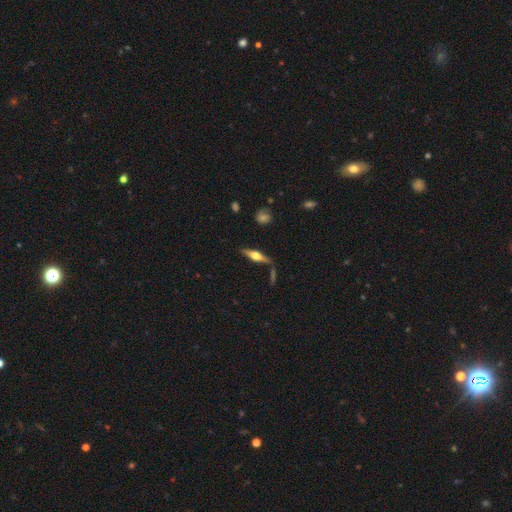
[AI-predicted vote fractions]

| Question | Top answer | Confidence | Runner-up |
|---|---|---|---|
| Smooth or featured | featured or disk | 66% | smooth (27%) |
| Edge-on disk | yes | 95% | no (5%) |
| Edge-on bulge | rounded | 91% | boxy (7%) |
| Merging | none | 79% | minor disturbance (13%) |